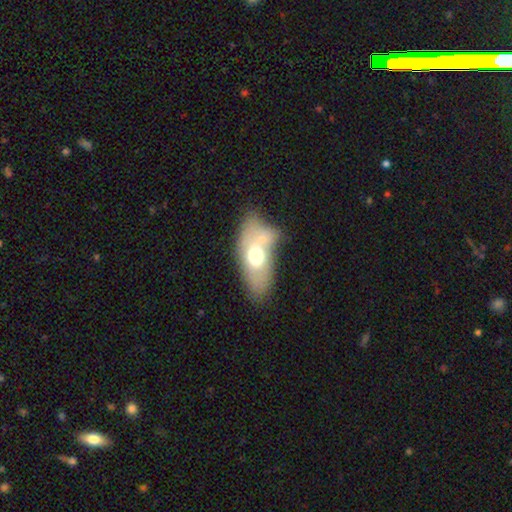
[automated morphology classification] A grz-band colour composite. It shows a smooth galaxy with no disk features (57%) that is in between round and cigar-shaped (86%). Merging: none (39%).